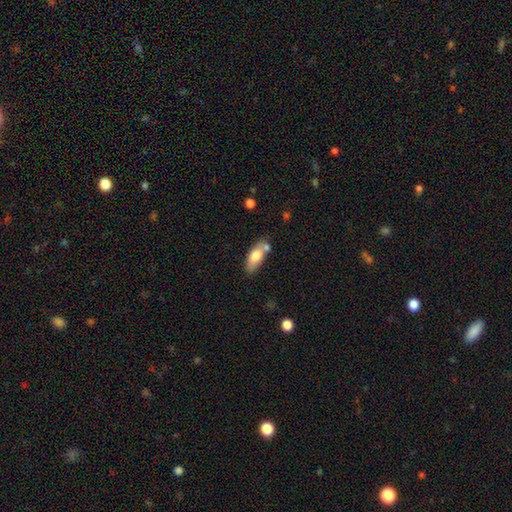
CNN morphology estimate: smooth-or-featured: smooth: 74% | featured or disk: 19% | star or artifact: 7%
  how-rounded: in between: 79% | cigar-shaped: 18% | round: 3%
  merging: none: 55% | merger: 21% | minor disturbance: 19% | major disturbance: 5%